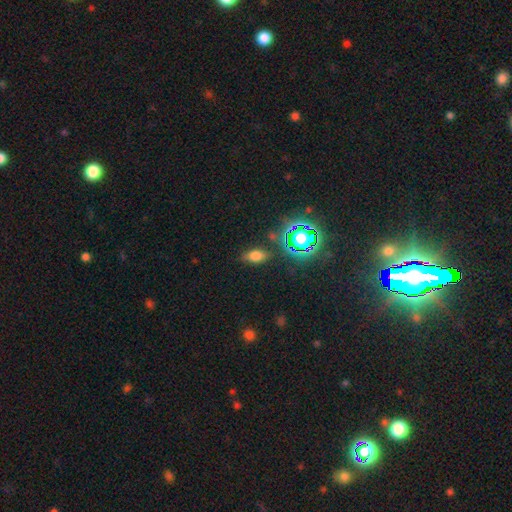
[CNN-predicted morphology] smooth 64%, star or artifact 25%, featured or disk 12%. Down the decision tree: how rounded — in between (83%); merging — none (79%).